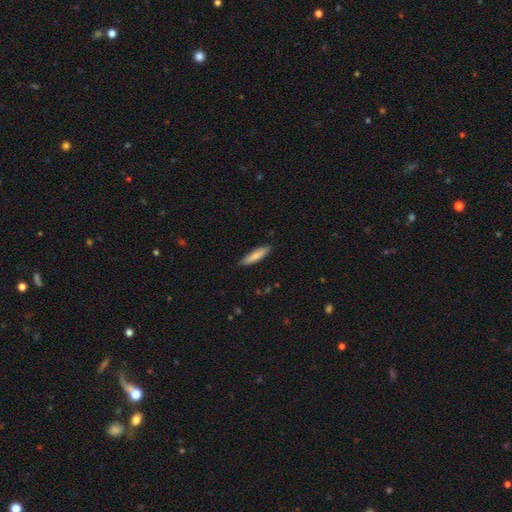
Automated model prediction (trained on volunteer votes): Morphology: type=smooth (79%); roundness=cigar-shaped (78%); merging=none (87%).